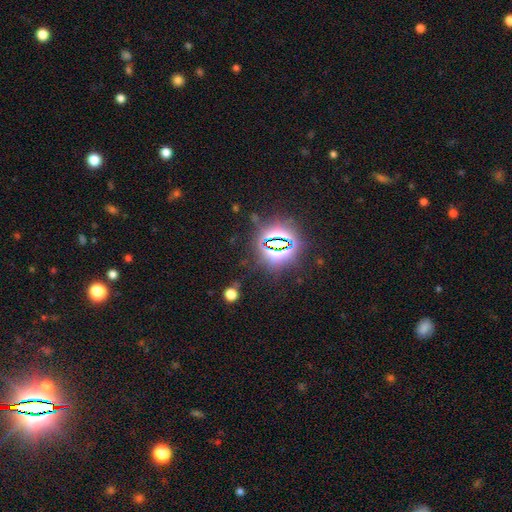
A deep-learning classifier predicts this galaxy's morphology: Smooth or featured? star or artifact (82%)